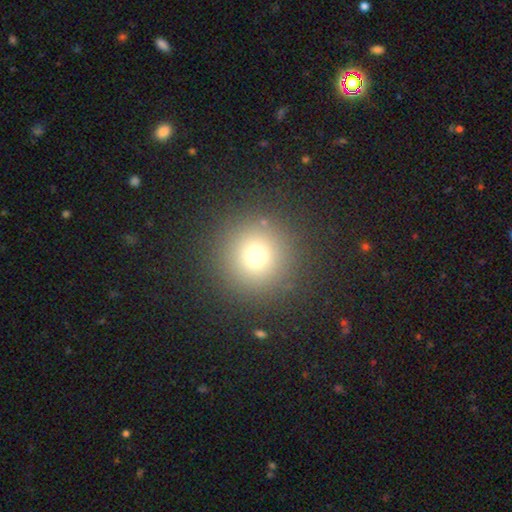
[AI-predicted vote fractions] This is likely a smooth galaxy (71%). How rounded: clearly round (96%). Merging: clearly none (89%).